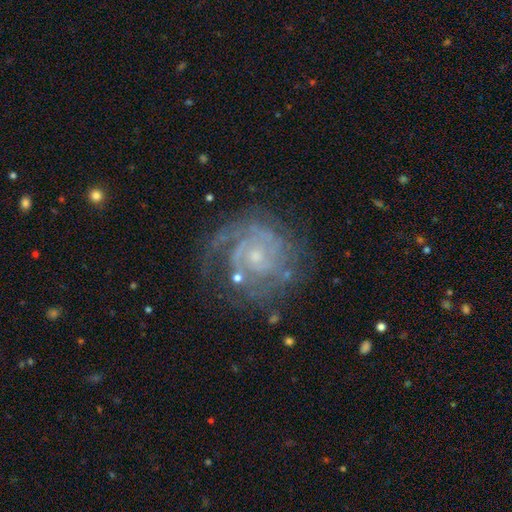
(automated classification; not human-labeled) This appears to be a featured or disk galaxy (86%) with no bar (72%), 2 (34%) tight (68%) spiral arms (95%) and a small central bulge (70%). Merging: none (70%).